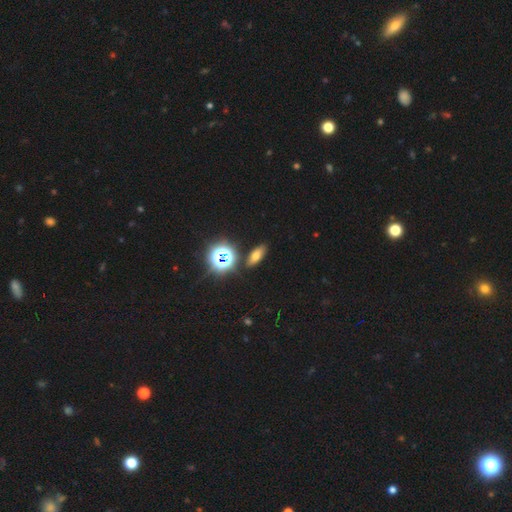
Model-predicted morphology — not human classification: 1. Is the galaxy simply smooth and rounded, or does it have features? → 60% smooth, 29% star or artifact, 12% featured or disk.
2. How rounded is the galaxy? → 76% in between, 13% cigar-shaped, 11% round.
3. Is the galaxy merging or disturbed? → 86% none, 8% minor disturbance, 3% merger, 3% major disturbance.